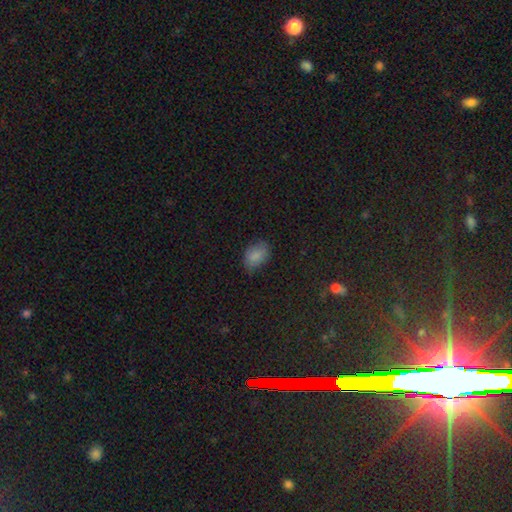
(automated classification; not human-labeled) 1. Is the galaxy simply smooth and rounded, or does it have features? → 82% smooth, 10% star or artifact, 9% featured or disk.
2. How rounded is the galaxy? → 83% in between, 16% round, 1% cigar-shaped.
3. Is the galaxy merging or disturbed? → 68% none, 26% minor disturbance, 5% major disturbance, 1% merger.